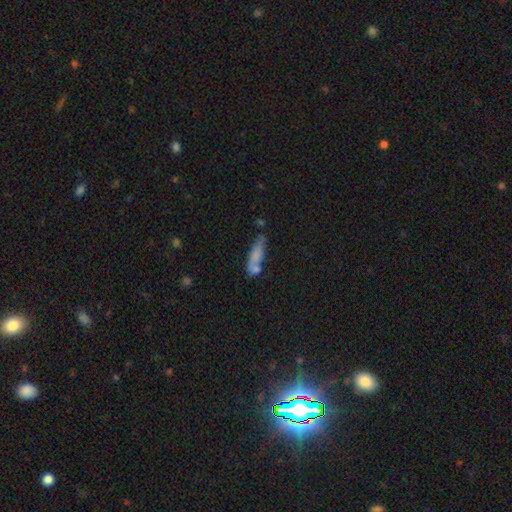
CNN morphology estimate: A smooth galaxy with no disk features (71%) that is cigar-shaped (62%). Merging: none (49%).